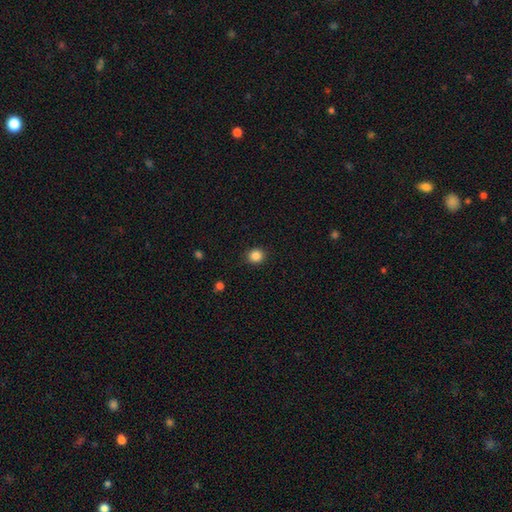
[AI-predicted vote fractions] smooth 86%, star or artifact 11%, featured or disk 3%. Down the decision tree: how rounded — round (83%); merging — none (90%).